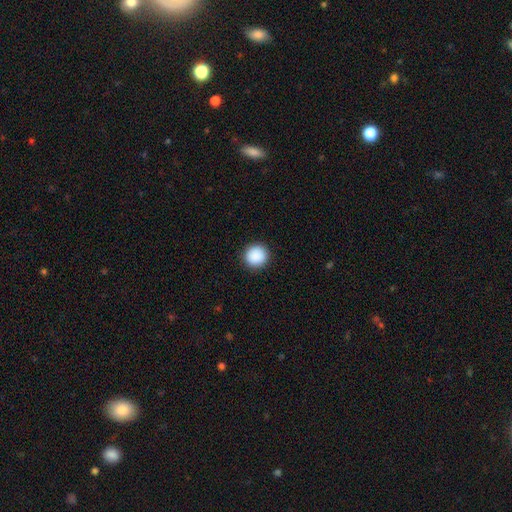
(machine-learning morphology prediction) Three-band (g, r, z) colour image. It shows a smooth galaxy with no disk features (90%) that is round (94%). Merging: none (92%).